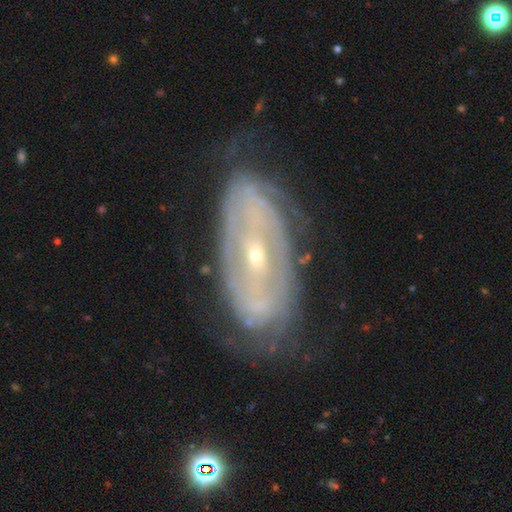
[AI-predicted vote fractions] Morphology: type=featured or disk (82%); edge-on=no (92%); bar=no (41%); spiral arms=yes (83%); winding=tight (63%); arm count=can't tell (41%); bulge=small (81%); merging=none (65%).